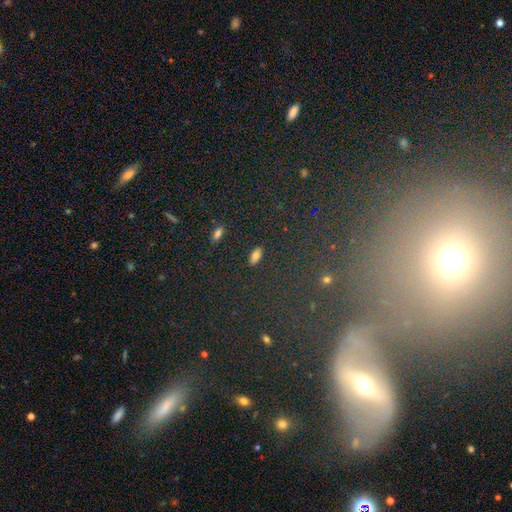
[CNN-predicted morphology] Overall: smooth (80%). How rounded: in between (88%). Merging: none (89%).